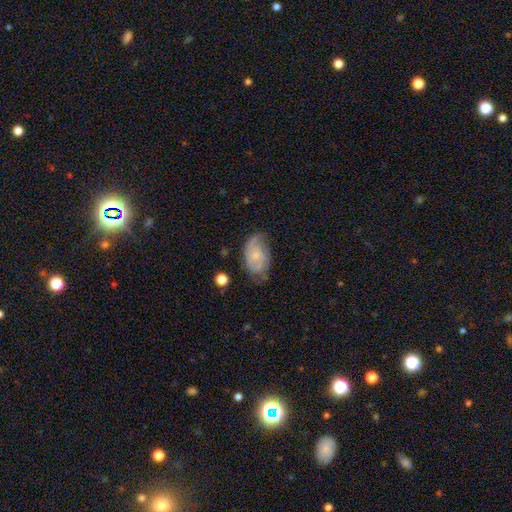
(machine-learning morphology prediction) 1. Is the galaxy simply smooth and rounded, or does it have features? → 58% featured or disk, 34% smooth, 7% star or artifact.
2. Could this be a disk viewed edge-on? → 96% no, 4% yes.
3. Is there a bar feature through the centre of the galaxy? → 75% no, 22% weak, 3% strong.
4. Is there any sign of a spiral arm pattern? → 84% yes, 16% no.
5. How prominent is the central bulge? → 66% small, 21% moderate, 10% none, 2% large, 1% dominant.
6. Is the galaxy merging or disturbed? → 52% none, 30% minor disturbance, 16% major disturbance, 2% merger.